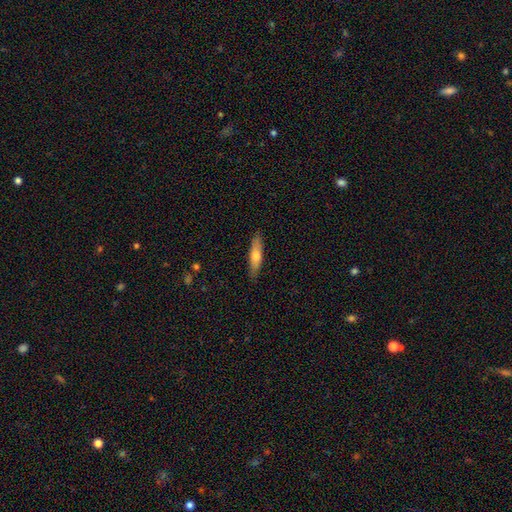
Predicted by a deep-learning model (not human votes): Smooth or featured? smooth (65%)
How rounded? cigar-shaped (74%)
Merging? none (87%)